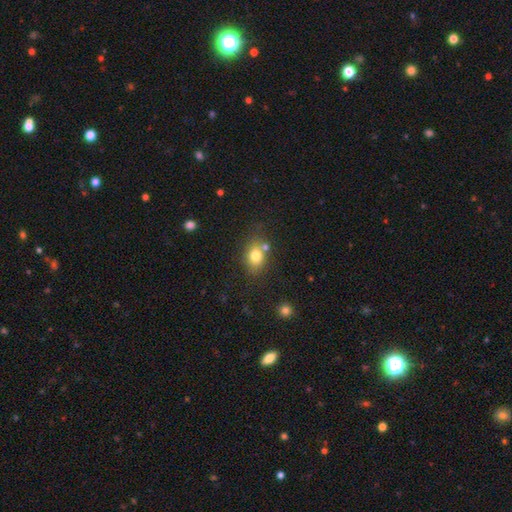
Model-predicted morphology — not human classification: This appears to be a smooth galaxy with no disk features (77%) that is in between round and cigar-shaped (63%). Merging: none (66%).